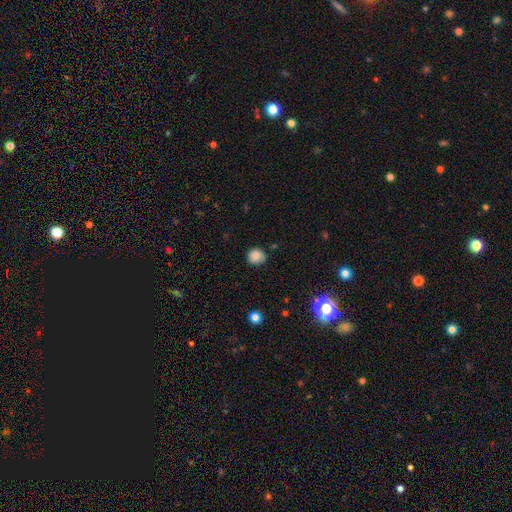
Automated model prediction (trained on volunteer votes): A smooth galaxy with no disk features (81%) that is round (86%).

Vote fractions:
- Smooth or featured? smooth: 81% / star or artifact: 11% / featured or disk: 8%
- How rounded? round: 86% / in between: 13% / cigar-shaped: 1%
- Merging? none: 79% / minor disturbance: 16% / major disturbance: 3% / merger: 2%